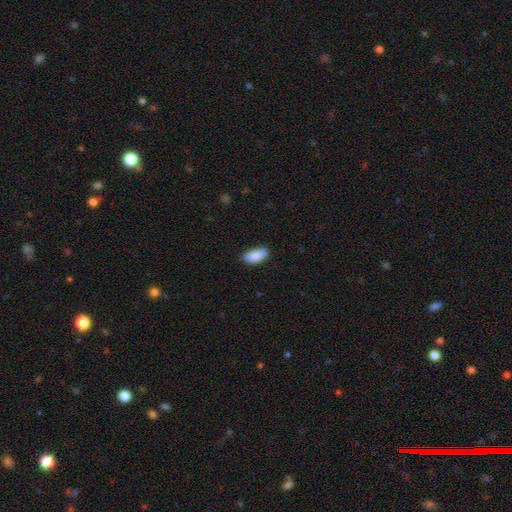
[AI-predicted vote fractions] The model was most divided on "merging": none: 74%, minor disturbance: 21%, major disturbance: 3%, merger: 2%. More confident: smooth or featured — smooth (87%); how rounded — in between (86%).